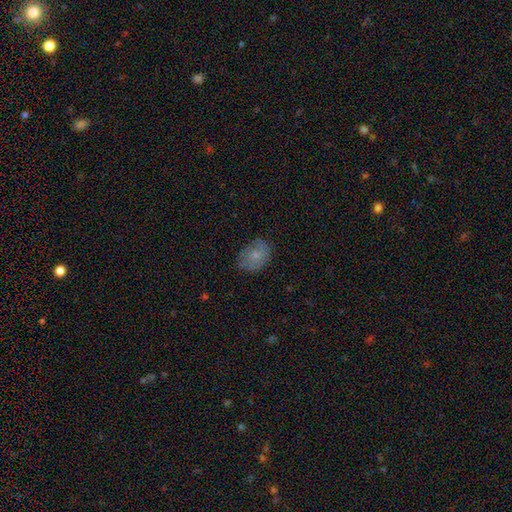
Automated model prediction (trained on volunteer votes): Smooth or featured? Predicted: smooth (p=0.70). How rounded? Predicted: in between (p=0.68). Merging? Predicted: none (p=0.69).